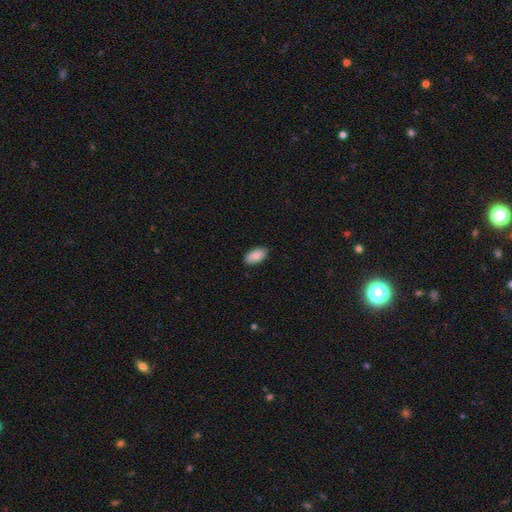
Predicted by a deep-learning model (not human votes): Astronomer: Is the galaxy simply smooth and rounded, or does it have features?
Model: smooth — 89%.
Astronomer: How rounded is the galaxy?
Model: in between — 95%.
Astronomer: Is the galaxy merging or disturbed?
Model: none — 86%.